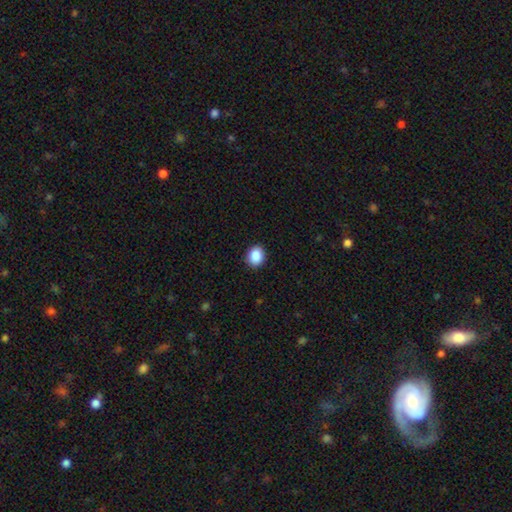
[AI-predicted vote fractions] This appears to be a smooth galaxy with no disk features (89%) that is round (59%). Merging: none (91%).